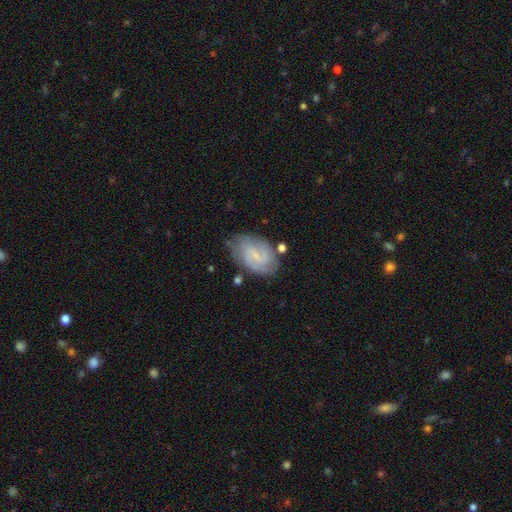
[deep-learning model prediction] Q: Smooth or featured?
A: featured or disk (70%); runner-up: smooth (23%)
Q: Edge-on disk?
A: no (97%); runner-up: yes (3%)
Q: Bar?
A: weak (54%); runner-up: no (34%)
Q: Spiral arms?
A: yes (90%); runner-up: no (10%)
Q: Spiral winding?
A: tight (43%); runner-up: medium (41%)
Q: Spiral arm count?
A: 2 (52%); runner-up: can't tell (26%)
Q: Bulge size?
A: small (71%); runner-up: none (16%)
Q: Merging?
A: none (68%); runner-up: minor disturbance (21%)